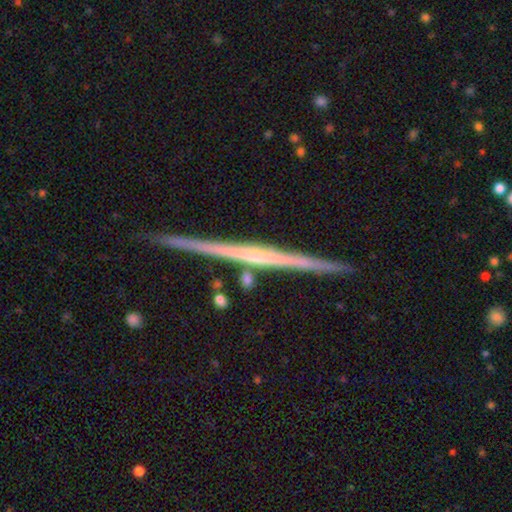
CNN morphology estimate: Smooth or featured?
  - featured or disk: 80% *
  - smooth: 15%
  - star or artifact: 5%
Edge-on disk?
  - yes: 98% *
  - no: 2%
Edge-on bulge?
  - none: 61% *
  - rounded: 30%
  - boxy: 9%
Merging?
  - none: 89% *
  - minor disturbance: 7%
  - merger: 2%
  - major disturbance: 1%